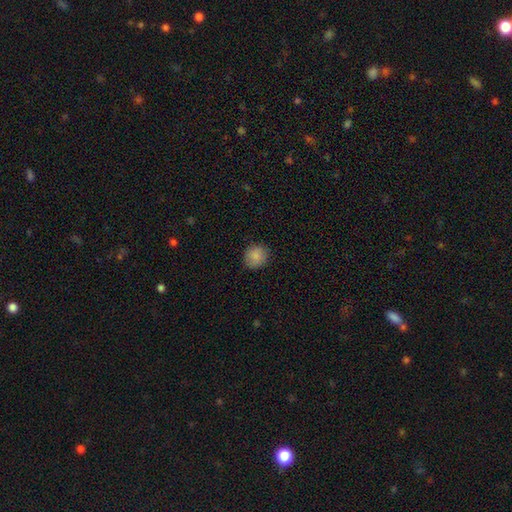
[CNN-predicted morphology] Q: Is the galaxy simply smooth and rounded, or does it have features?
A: smooth — 87%.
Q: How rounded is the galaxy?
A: round — 82%.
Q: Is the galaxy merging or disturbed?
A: none — 86%.